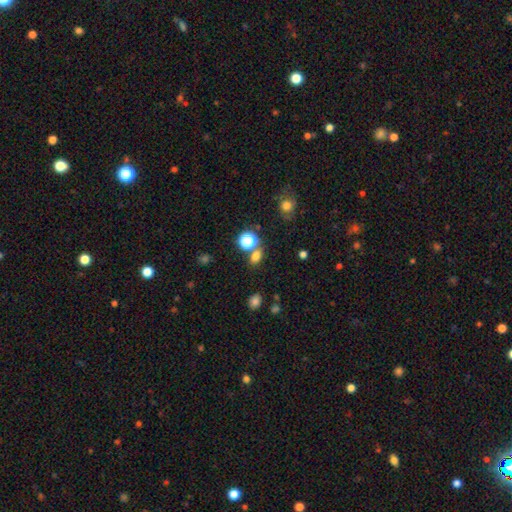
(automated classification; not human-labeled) smooth 71%, star or artifact 23%, featured or disk 6%. Down the decision tree: how rounded — in between (56%); merging — none (69%).